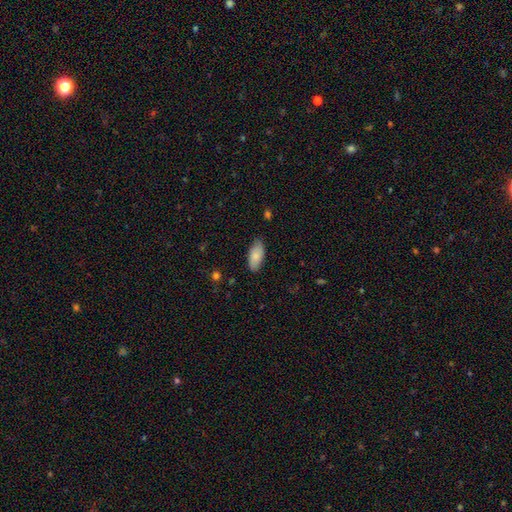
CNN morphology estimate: Smooth or featured: smooth — 85% (featured or disk — 10%)
How rounded: in between — 90% (cigar-shaped — 8%)
Merging: none — 83% (minor disturbance — 14%)